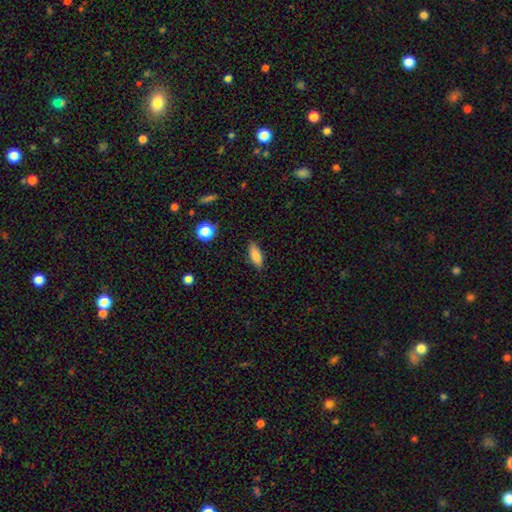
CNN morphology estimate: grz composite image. It shows a smooth galaxy with no disk features (84%) that is in between round and cigar-shaped (75%). Merging: none (86%).